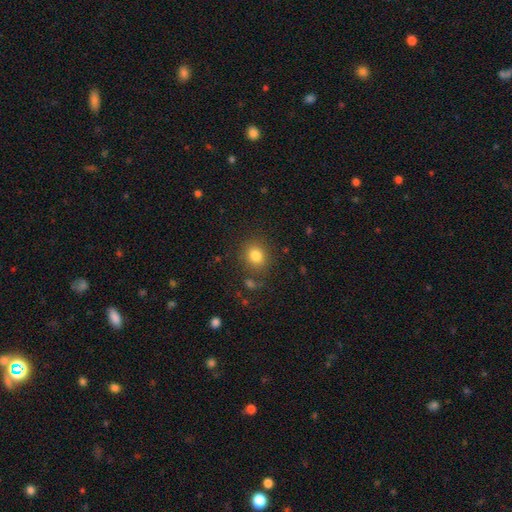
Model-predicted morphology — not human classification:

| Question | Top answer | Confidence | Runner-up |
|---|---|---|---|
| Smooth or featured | smooth | 81% | star or artifact (12%) |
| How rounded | round | 75% | in between (24%) |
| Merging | none | 83% | minor disturbance (10%) |